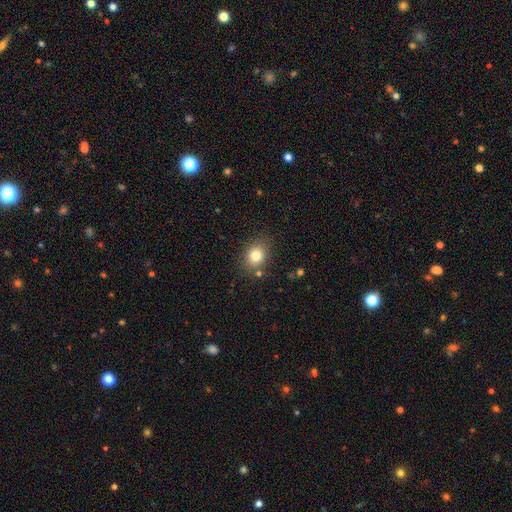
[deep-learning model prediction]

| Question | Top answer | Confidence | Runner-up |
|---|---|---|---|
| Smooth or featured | smooth | 80% | star or artifact (11%) |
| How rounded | round | 52% | in between (47%) |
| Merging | none | 80% | minor disturbance (12%) |